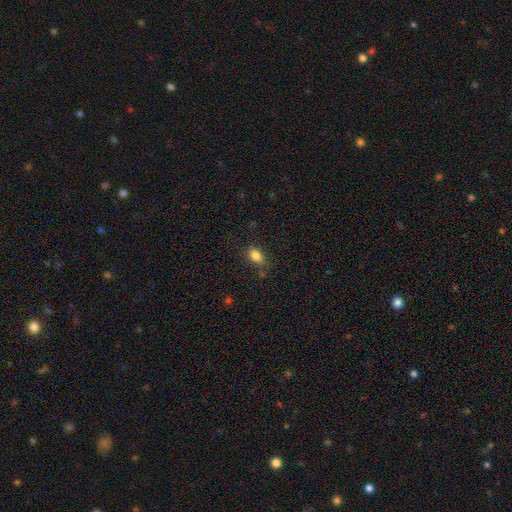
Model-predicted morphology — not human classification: smooth 84%, star or artifact 10%, featured or disk 6%. Down the decision tree: how rounded — in between (85%); merging — none (77%).